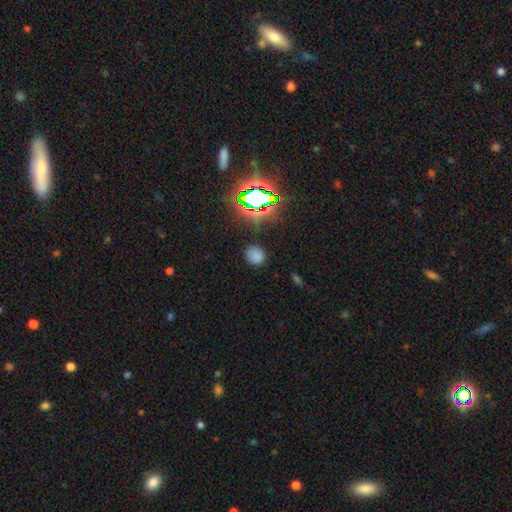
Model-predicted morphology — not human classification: This is likely a smooth galaxy (69%). How rounded: clearly round (82%). Merging: clearly none (82%).